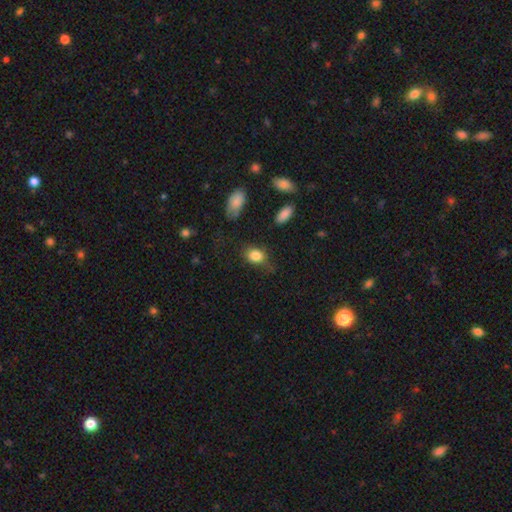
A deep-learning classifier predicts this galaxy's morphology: A smooth galaxy with no disk features (84%) that is in between round and cigar-shaped (65%).

Vote fractions:
- Smooth or featured? smooth: 84% / star or artifact: 8% / featured or disk: 7%
- How rounded? in between: 65% / round: 33% / cigar-shaped: 2%
- Merging? none: 57% / minor disturbance: 28% / major disturbance: 13% / merger: 3%